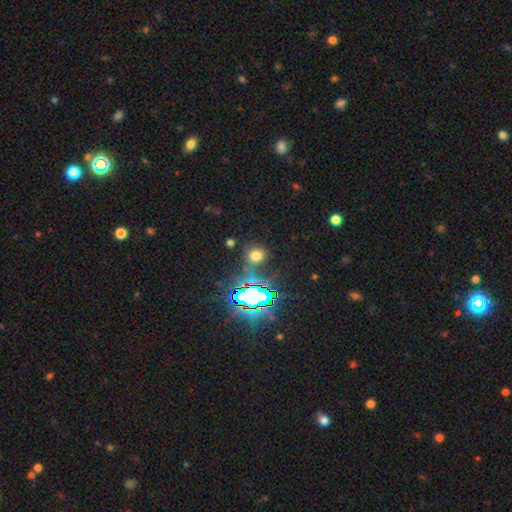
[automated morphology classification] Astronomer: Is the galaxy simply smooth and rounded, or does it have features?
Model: smooth — 57% (runner-up: star or artifact, 35%).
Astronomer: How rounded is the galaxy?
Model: round — 83%.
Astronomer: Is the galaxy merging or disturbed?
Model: none — 79%.